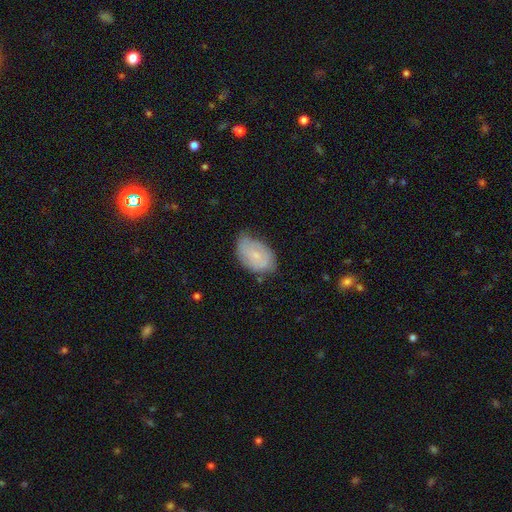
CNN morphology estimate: Q: Smooth or featured?
A: smooth (57%); runner-up: featured or disk (36%)
Q: How rounded?
A: in between (89%); runner-up: round (9%)
Q: Merging?
A: none (55%); runner-up: minor disturbance (35%)